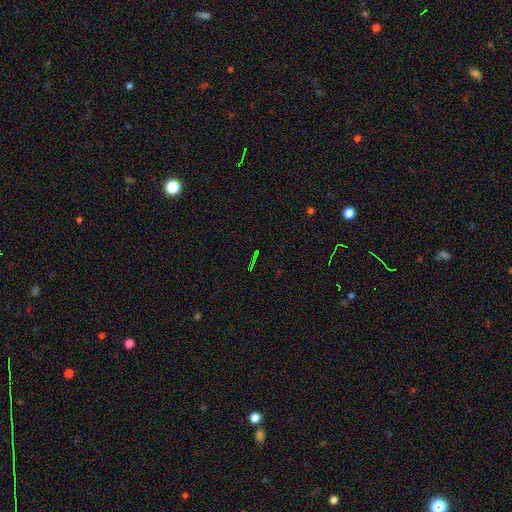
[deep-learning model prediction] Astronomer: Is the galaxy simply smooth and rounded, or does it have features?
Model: star or artifact — 74%.